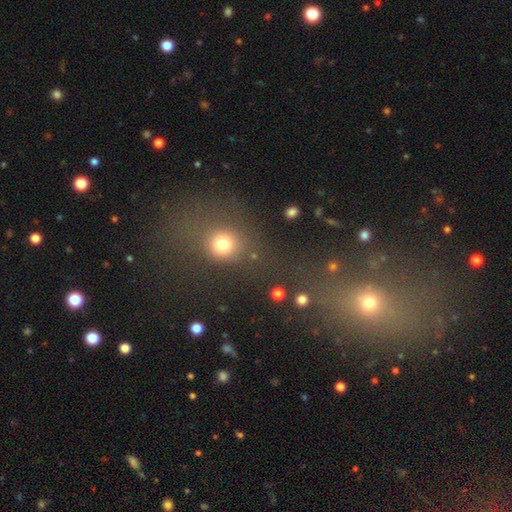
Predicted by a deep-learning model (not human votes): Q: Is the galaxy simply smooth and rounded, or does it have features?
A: smooth — 58%.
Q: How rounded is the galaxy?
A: round — 74%.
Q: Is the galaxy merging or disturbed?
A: none — 51%.